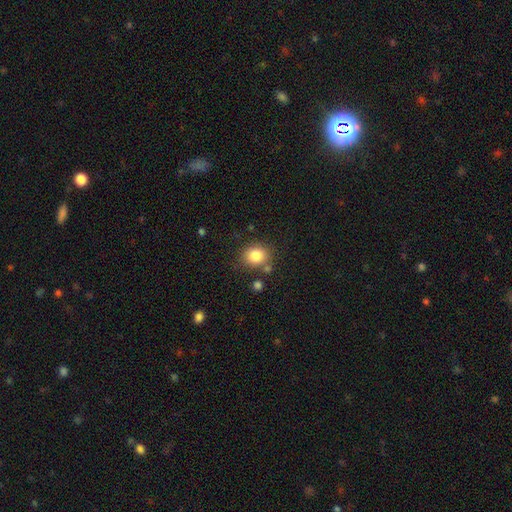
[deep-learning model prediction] This is clearly a smooth galaxy (83%). How rounded: likely round (69%). Merging: likely none (75%).